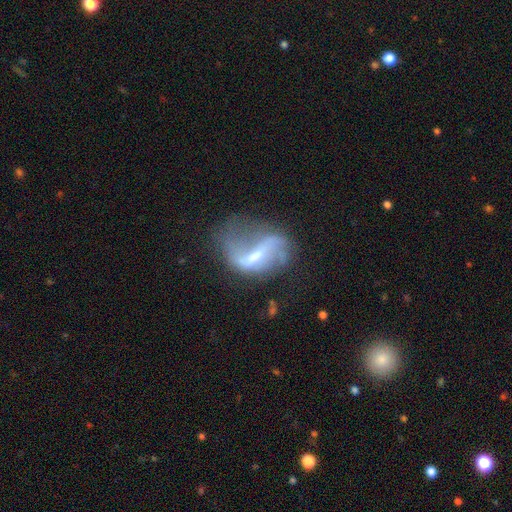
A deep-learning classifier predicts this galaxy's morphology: smooth_or_featured: featured or disk (p=0.74) [alt: smooth p=0.16]
disk_edge_on: no (p=0.96) [alt: yes p=0.04]
bar: weak (p=0.45) [alt: strong p=0.32]
has_spiral_arms: yes (p=0.79) [alt: no p=0.21]
spiral_winding: loose (p=0.78) [alt: medium p=0.18]
spiral_arm_count: 2 (p=0.68) [alt: 1 p=0.14]
bulge_size: small (p=0.45) [alt: moderate p=0.33]
merging: major disturbance (p=0.37) [alt: none p=0.35]